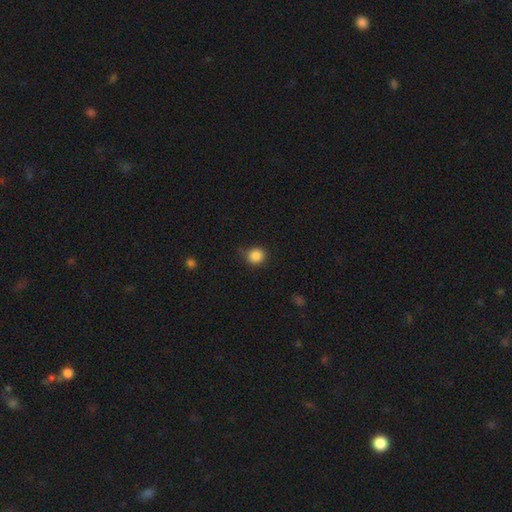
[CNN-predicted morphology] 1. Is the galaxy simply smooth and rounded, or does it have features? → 86% smooth, 10% star or artifact, 3% featured or disk.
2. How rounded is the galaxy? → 91% round, 9% in between, 1% cigar-shaped.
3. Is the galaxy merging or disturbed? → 82% none, 13% minor disturbance, 3% major disturbance, 2% merger.